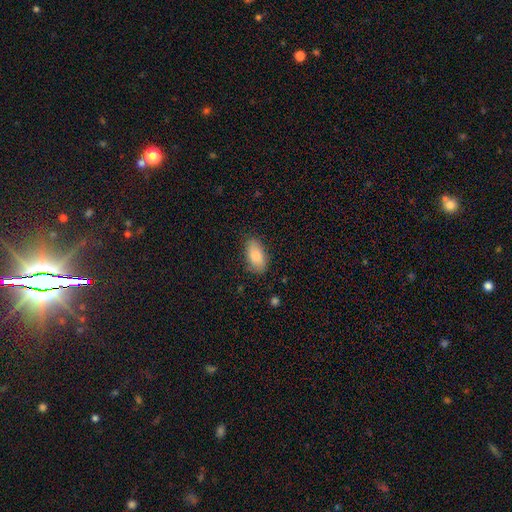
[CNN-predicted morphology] smooth-or-featured: smooth: 87% | featured or disk: 6% | star or artifact: 6%
  how-rounded: in between: 93% | cigar-shaped: 4% | round: 3%
  merging: none: 79% | minor disturbance: 16% | major disturbance: 4% | merger: 1%